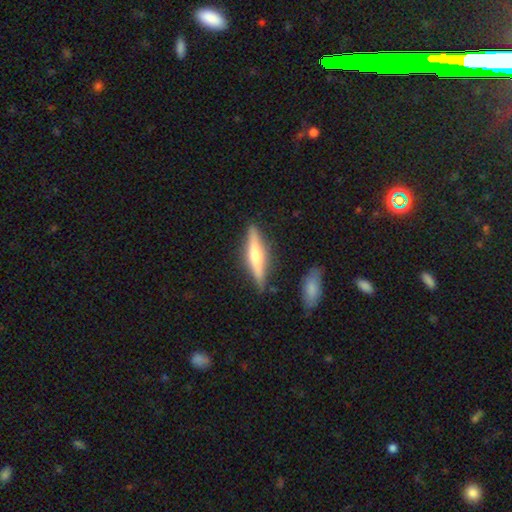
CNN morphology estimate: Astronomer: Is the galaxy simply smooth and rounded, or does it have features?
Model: featured or disk — 60%.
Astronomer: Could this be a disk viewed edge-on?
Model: yes — 96%.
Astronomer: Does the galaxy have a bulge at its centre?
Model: rounded — 85%.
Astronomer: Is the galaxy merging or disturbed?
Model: none — 86%.